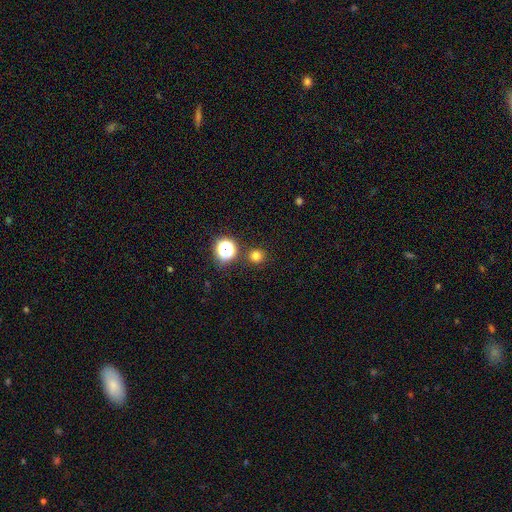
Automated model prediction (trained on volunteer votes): smooth 74%, star or artifact 21%, featured or disk 5%. Down the decision tree: how rounded — round (94%); merging — none (88%).